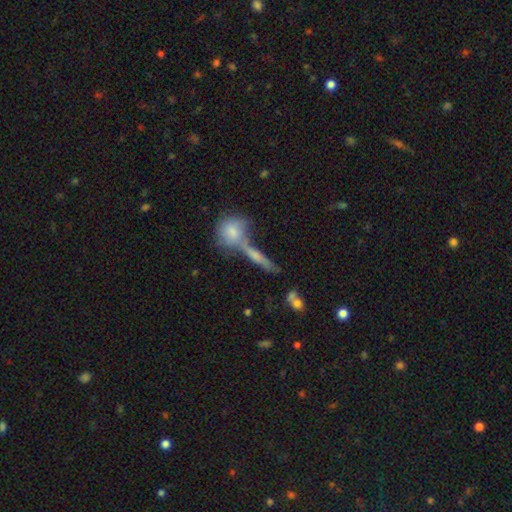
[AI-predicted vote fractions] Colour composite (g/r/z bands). It shows a smooth galaxy with no disk features (56%) that is cigar-shaped (68%). Merging: none (46%).